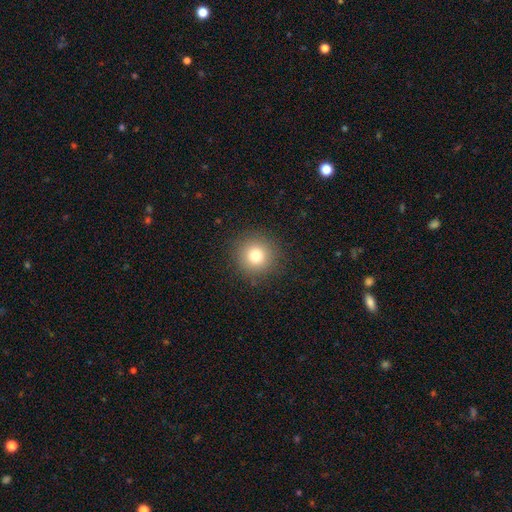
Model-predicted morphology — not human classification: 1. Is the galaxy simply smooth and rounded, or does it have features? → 78% smooth, 13% star or artifact, 9% featured or disk.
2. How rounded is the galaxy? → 94% round, 5% in between, 1% cigar-shaped.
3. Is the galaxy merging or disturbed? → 90% none, 6% minor disturbance, 3% major disturbance, 1% merger.